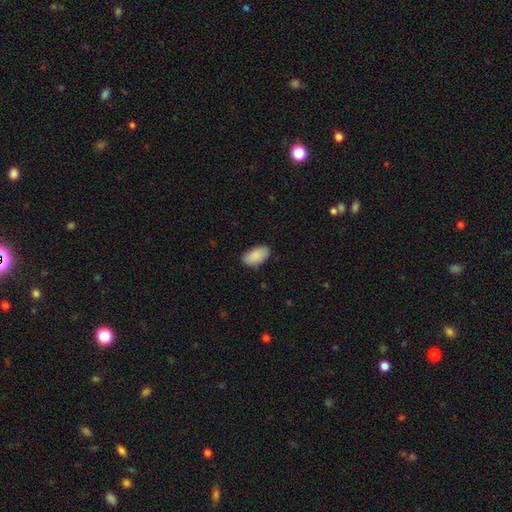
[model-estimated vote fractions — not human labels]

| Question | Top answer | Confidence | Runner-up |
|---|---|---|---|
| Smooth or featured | smooth | 89% | star or artifact (6%) |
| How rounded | in between | 95% | round (3%) |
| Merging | none | 83% | minor disturbance (14%) |